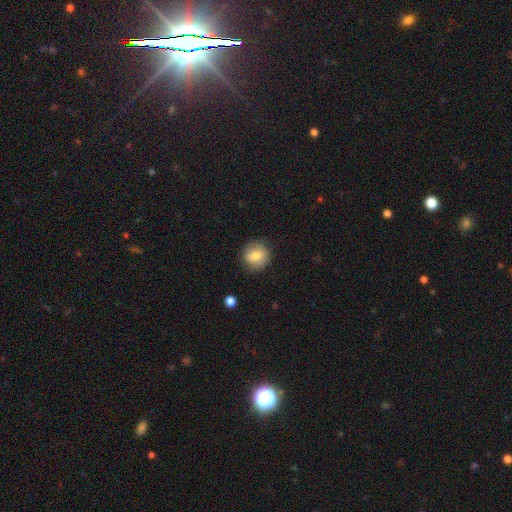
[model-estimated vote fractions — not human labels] Morphology: type=smooth (75%); roundness=round (87%); merging=none (84%).